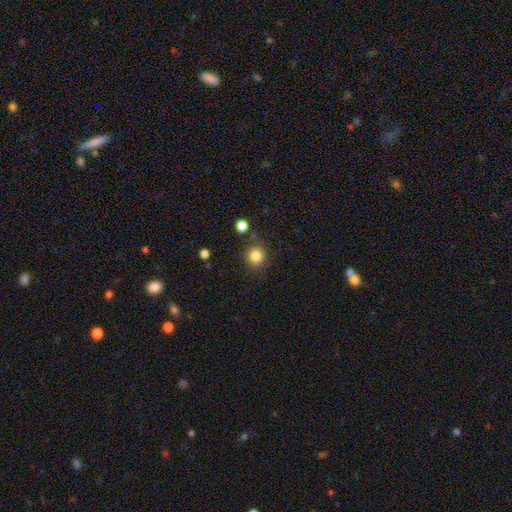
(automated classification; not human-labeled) Smooth or featured? Predicted: smooth (p=0.83). How rounded? Predicted: round (p=0.83). Merging? Predicted: none (p=0.80).